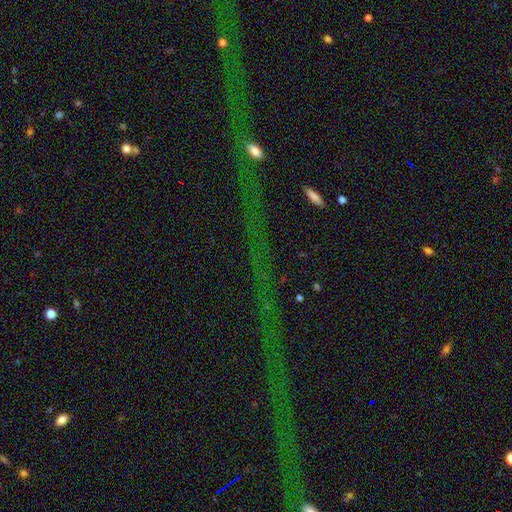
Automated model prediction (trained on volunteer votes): Smooth or featured: star or artifact — 80% (featured or disk — 12%)